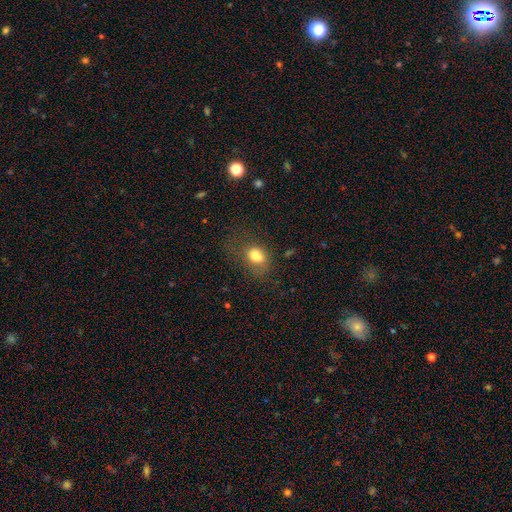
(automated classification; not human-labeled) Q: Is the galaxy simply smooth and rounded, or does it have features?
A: smooth — 78%.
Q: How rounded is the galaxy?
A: in between — 71%.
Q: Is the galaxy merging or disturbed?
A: none — 42%.